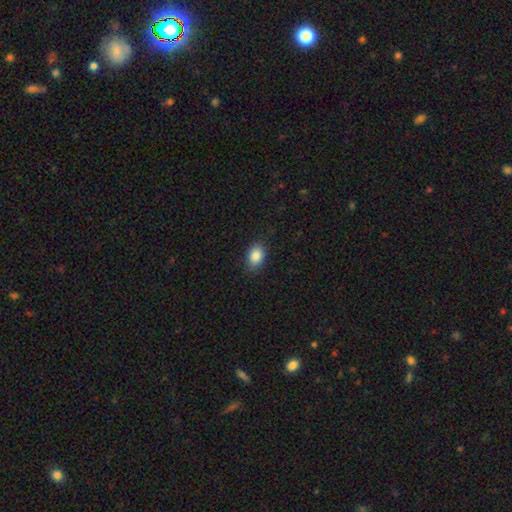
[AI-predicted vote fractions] Smooth or featured? Predicted: smooth (p=0.88). How rounded? Predicted: in between (p=0.81). Merging? Predicted: none (p=0.84).